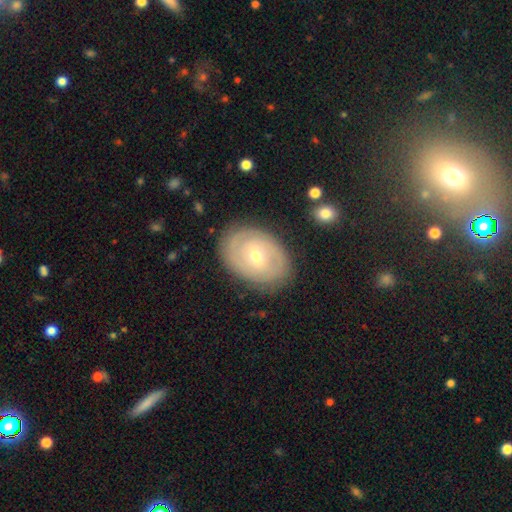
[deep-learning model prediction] Overall: featured or disk (75%). Edge-on disk: no (96%). Bar: weak (51%; no 36%). Spiral arms: yes (86%). Spiral arm count: 2 (51%; can't tell 30%). Spiral winding: tight (71%). Bulge size: small (55%; moderate 42%). Merging: none (83%).